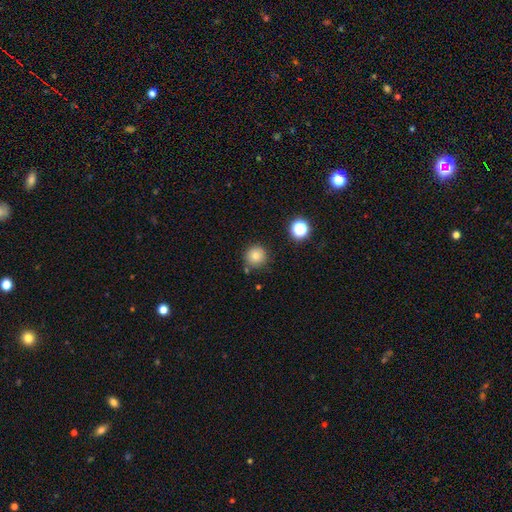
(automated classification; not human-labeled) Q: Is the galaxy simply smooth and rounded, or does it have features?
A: smooth — 79%.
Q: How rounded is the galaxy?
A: round — 95%.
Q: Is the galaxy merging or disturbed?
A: none — 83%.